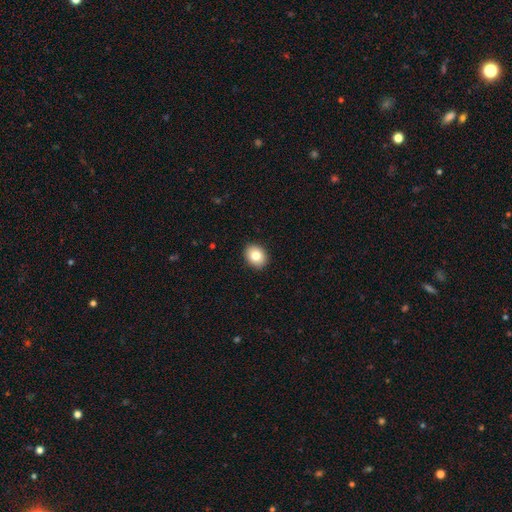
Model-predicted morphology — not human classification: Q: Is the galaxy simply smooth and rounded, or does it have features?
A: smooth — 81%.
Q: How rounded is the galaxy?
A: in between — 54%.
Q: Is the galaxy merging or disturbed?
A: none — 91%.